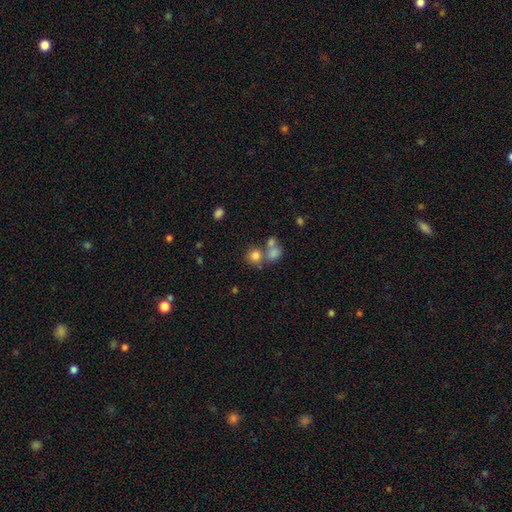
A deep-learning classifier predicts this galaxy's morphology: A smooth galaxy with no disk features (75%) that is round (82%).

Vote fractions:
- Smooth or featured? smooth: 75% / star or artifact: 14% / featured or disk: 11%
- How rounded? round: 82% / in between: 17% / cigar-shaped: 1%
- Merging? none: 50% / merger: 36% / minor disturbance: 9% / major disturbance: 5%